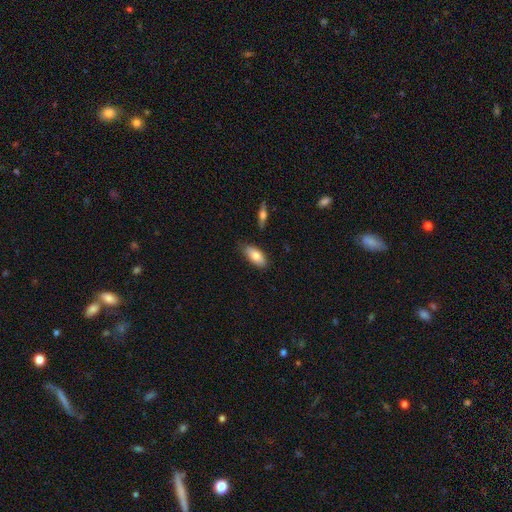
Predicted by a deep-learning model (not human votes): The model was most divided on "smooth or featured": smooth: 80%, featured or disk: 14%, star or artifact: 6%. More confident: how rounded — in between (90%); merging — none (82%).